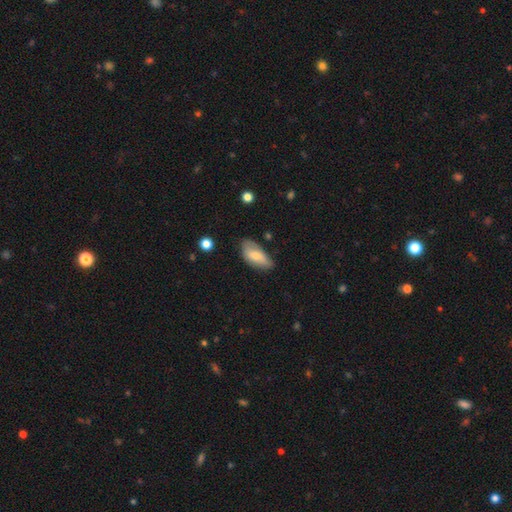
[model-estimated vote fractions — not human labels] Smooth or featured?
  - smooth: 69% *
  - featured or disk: 25%
  - star or artifact: 6%
How rounded?
  - in between: 90% *
  - cigar-shaped: 7%
  - round: 3%
Merging?
  - none: 57% *
  - minor disturbance: 33%
  - major disturbance: 8%
  - merger: 2%